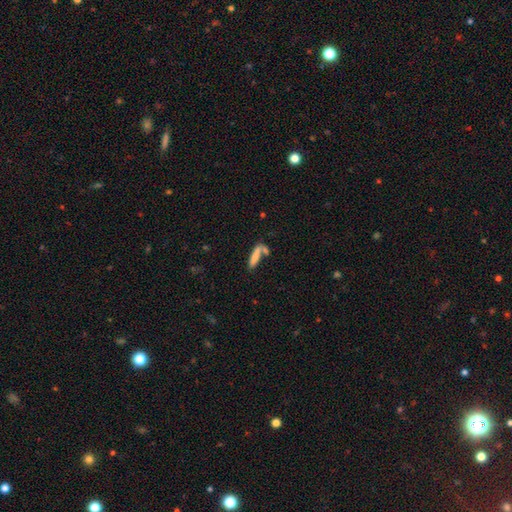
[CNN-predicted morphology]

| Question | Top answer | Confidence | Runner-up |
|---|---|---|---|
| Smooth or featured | smooth | 74% | featured or disk (17%) |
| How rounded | cigar-shaped | 75% | in between (22%) |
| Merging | none | 50% | merger (32%) |